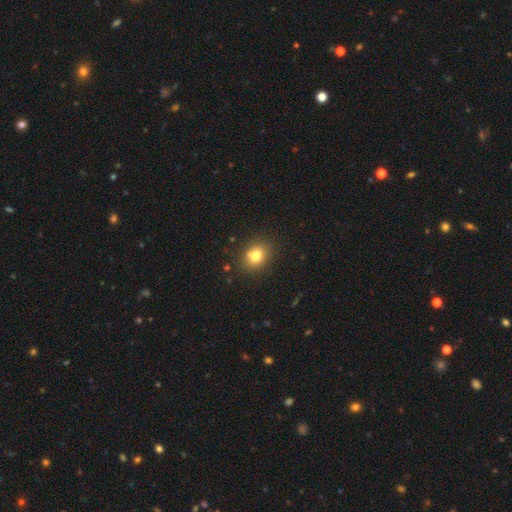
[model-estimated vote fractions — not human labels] Smooth or featured? smooth (78%)
How rounded? round (69%)
Merging? none (87%)